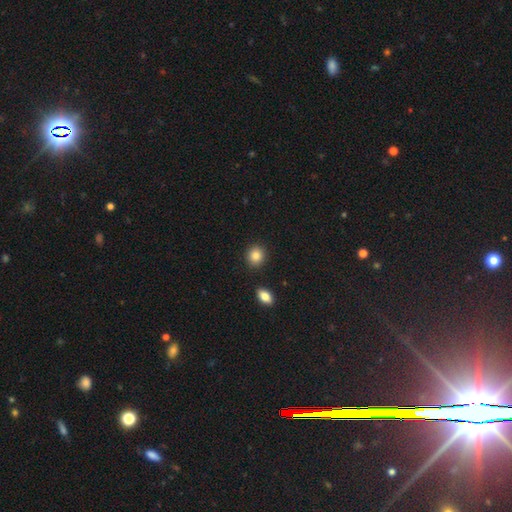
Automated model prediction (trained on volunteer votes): Morphology: type=smooth (86%); roundness=round (82%); merging=none (88%).